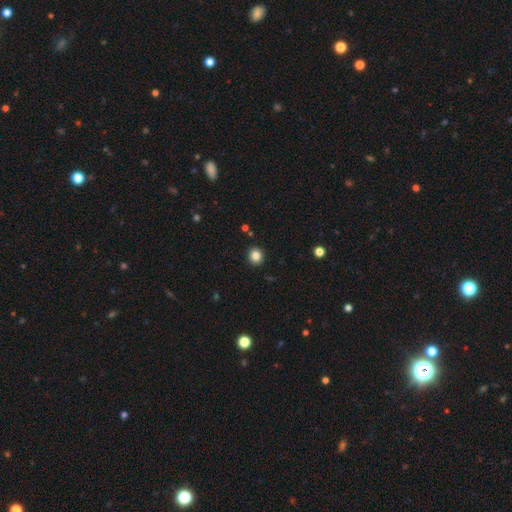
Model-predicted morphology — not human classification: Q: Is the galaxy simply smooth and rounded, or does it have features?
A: smooth — 84%.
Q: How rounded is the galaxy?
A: round — 87%.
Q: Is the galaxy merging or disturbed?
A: none — 91%.